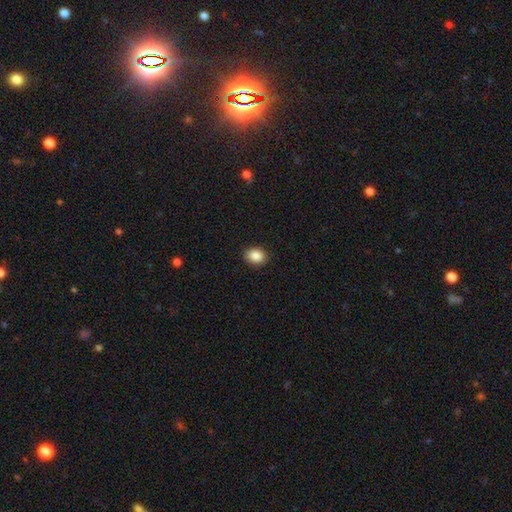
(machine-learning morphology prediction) Smooth or featured? smooth (88%)
How rounded? in between (57%)
Merging? none (90%)